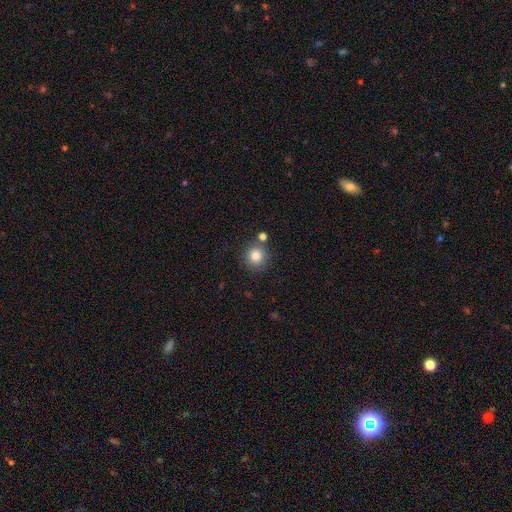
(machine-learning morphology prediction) A smooth galaxy with no disk features (83%) that is round (92%). Merging: none (78%).